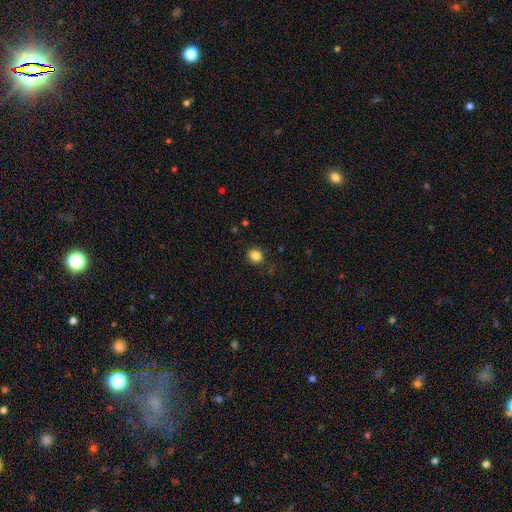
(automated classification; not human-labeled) Q: Smooth or featured?
A: smooth (84%); runner-up: star or artifact (11%)
Q: How rounded?
A: round (70%); runner-up: in between (29%)
Q: Merging?
A: none (83%); runner-up: minor disturbance (13%)